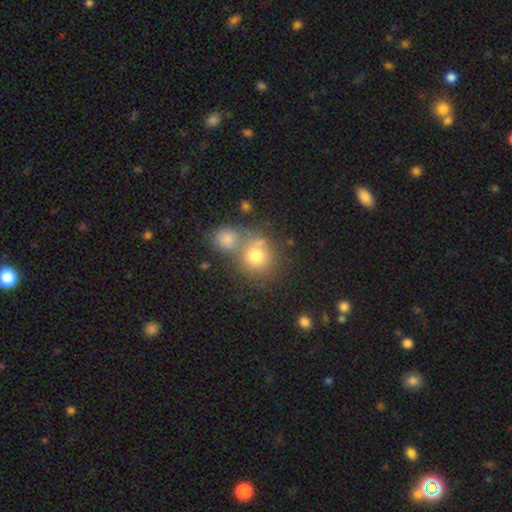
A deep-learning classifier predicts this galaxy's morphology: Smooth or featured? smooth (76%)
How rounded? round (83%)
Merging? merger (43%)